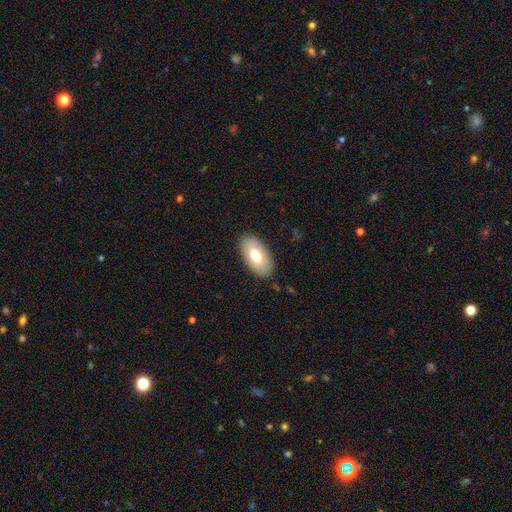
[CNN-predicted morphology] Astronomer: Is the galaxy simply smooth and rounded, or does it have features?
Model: smooth — 70%.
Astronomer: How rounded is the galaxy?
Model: in between — 95%.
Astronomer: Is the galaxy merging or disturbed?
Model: none — 88%.